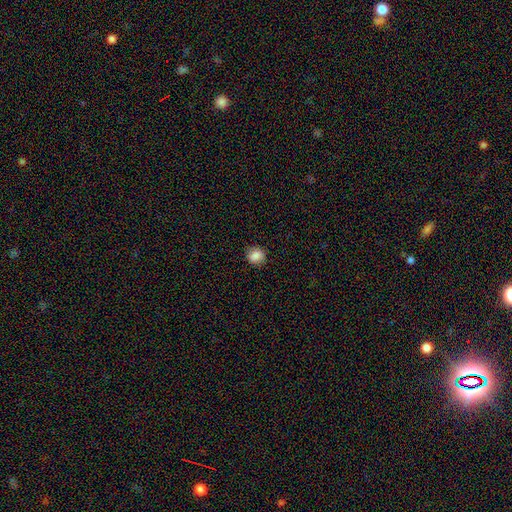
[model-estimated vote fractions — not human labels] Smooth or featured? smooth (86%)
How rounded? round (74%)
Merging? none (87%)